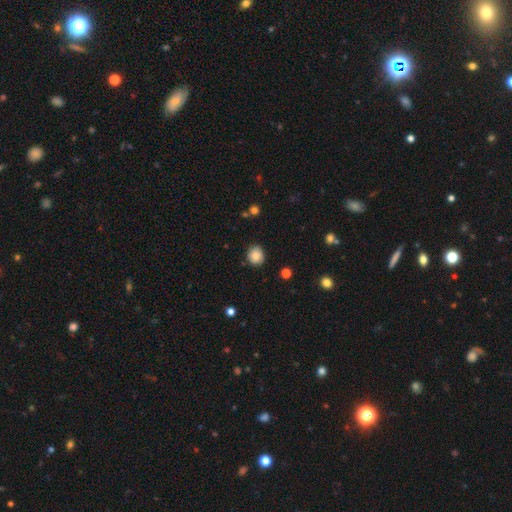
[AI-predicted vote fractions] Q: Smooth or featured?
A: smooth (85%); runner-up: star or artifact (9%)
Q: How rounded?
A: round (82%); runner-up: in between (17%)
Q: Merging?
A: none (84%); runner-up: minor disturbance (12%)